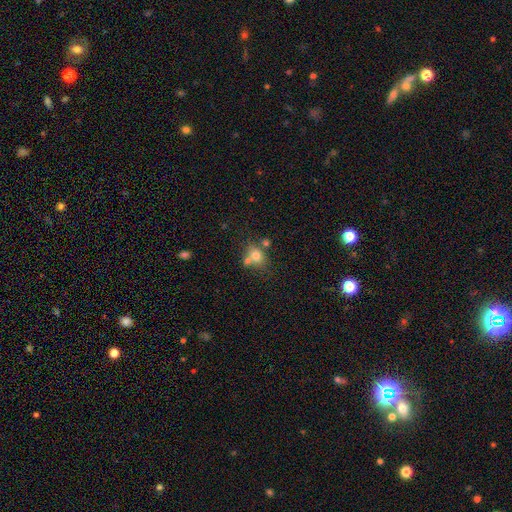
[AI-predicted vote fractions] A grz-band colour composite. It shows a smooth galaxy with no disk features (73%) that is round (63%). Merging: none (49%).